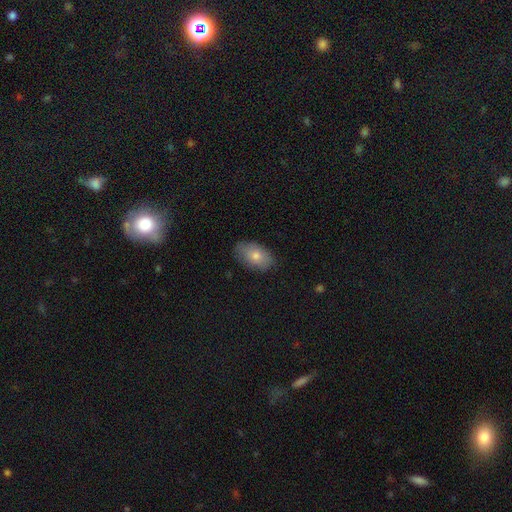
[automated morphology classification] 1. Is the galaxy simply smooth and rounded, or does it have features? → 74% smooth, 18% featured or disk, 8% star or artifact.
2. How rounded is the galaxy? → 92% in between, 6% round, 2% cigar-shaped.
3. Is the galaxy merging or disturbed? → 82% none, 14% minor disturbance, 3% major disturbance, 1% merger.